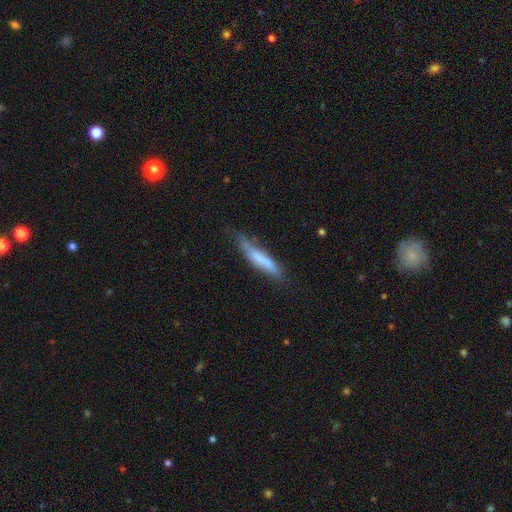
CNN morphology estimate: Q: Smooth or featured?
A: smooth (60%); runner-up: featured or disk (33%)
Q: How rounded?
A: cigar-shaped (88%); runner-up: in between (11%)
Q: Merging?
A: none (54%); runner-up: minor disturbance (33%)